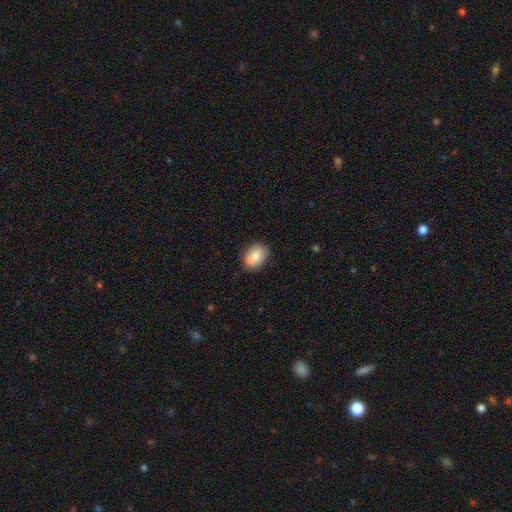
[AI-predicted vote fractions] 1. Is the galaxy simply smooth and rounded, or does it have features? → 75% smooth, 17% featured or disk, 8% star or artifact.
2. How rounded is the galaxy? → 67% in between, 32% round, 1% cigar-shaped.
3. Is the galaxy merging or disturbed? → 55% none, 28% merger, 13% minor disturbance, 3% major disturbance.